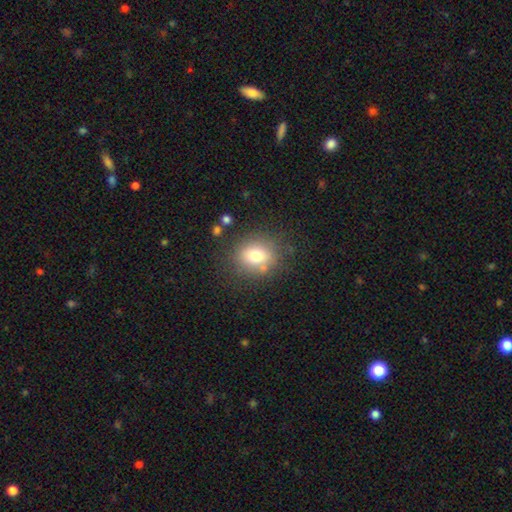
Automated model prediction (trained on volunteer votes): Smooth or featured? Predicted: smooth (p=0.74). How rounded? Predicted: round (p=0.71). Merging? Predicted: none (p=0.77).